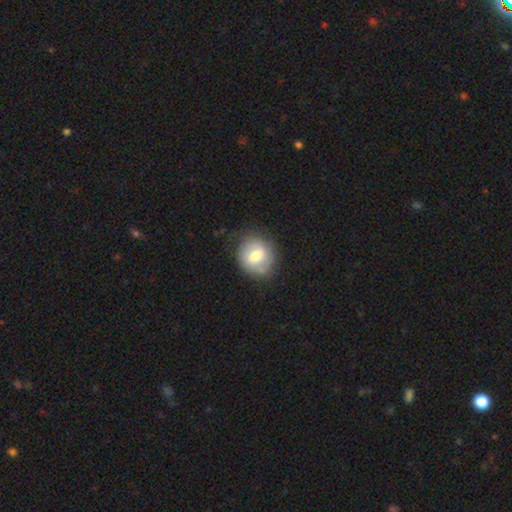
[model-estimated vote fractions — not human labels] Smooth or featured: smooth — 68% (featured or disk — 25%)
How rounded: round — 82% (in between — 17%)
Merging: none — 75% (minor disturbance — 17%)